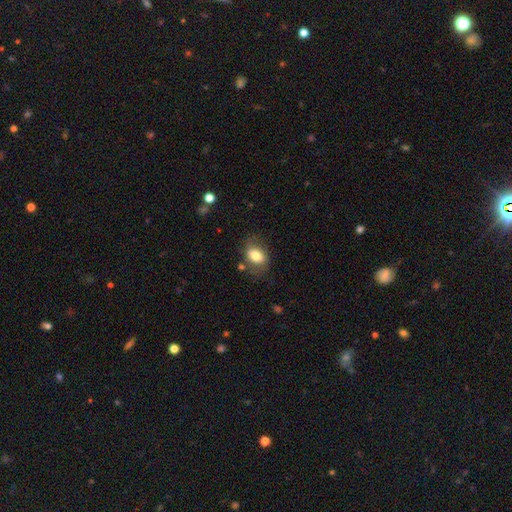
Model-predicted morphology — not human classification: smooth_or_featured: smooth (p=0.75) [alt: featured or disk p=0.17]
how_rounded: in between (p=0.75) [alt: round p=0.24]
merging: none (p=0.69) [alt: minor disturbance p=0.19]